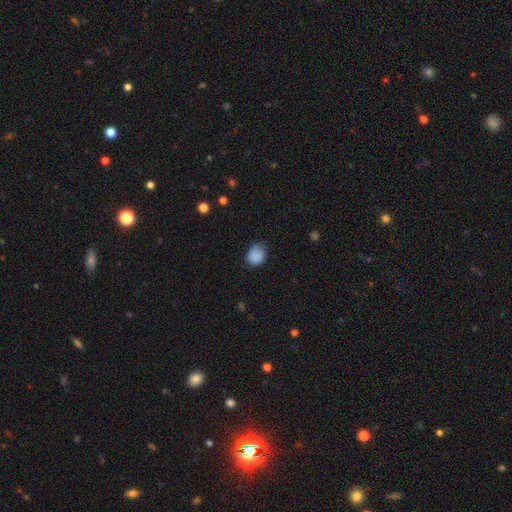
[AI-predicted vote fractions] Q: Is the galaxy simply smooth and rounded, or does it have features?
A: smooth — 87%.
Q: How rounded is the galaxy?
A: round — 69%.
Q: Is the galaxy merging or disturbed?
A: none — 69%.